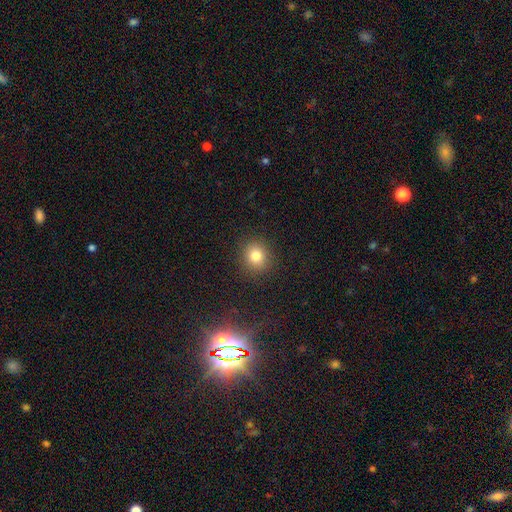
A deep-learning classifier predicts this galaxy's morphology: Smooth or featured? smooth (79%)
How rounded? round (83%)
Merging? none (89%)